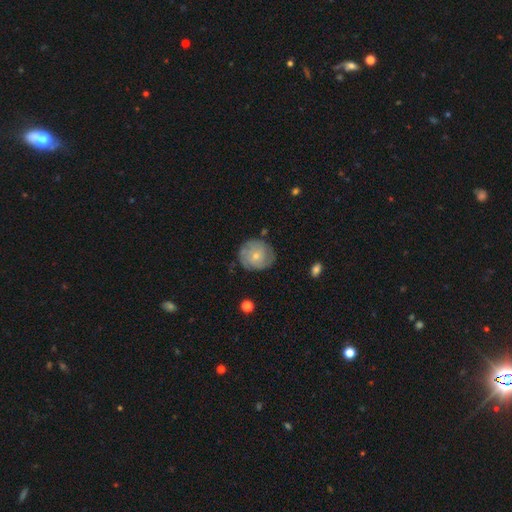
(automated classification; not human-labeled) featured or disk 56%, smooth 37%, star or artifact 7%. Down the decision tree: edge-on disk — no (97%); bar — no (79%); spiral arms — yes (80%); bulge size — small (70%); merging — none (75%).